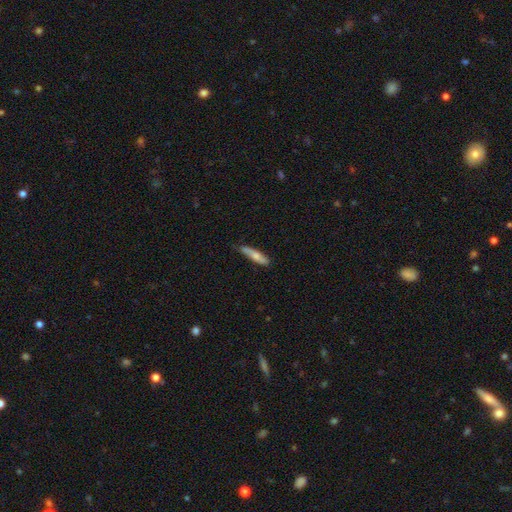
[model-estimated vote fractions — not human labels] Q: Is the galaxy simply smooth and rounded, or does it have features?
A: smooth — 66%.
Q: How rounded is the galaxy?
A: cigar-shaped — 81%.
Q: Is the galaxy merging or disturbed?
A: none — 73%.